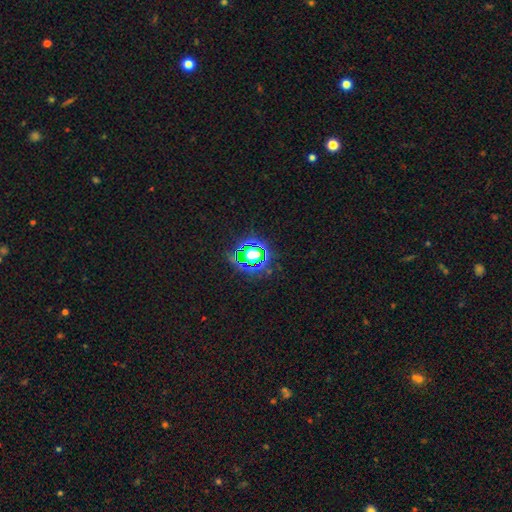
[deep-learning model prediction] A star or artifact, not a galaxy (67%).